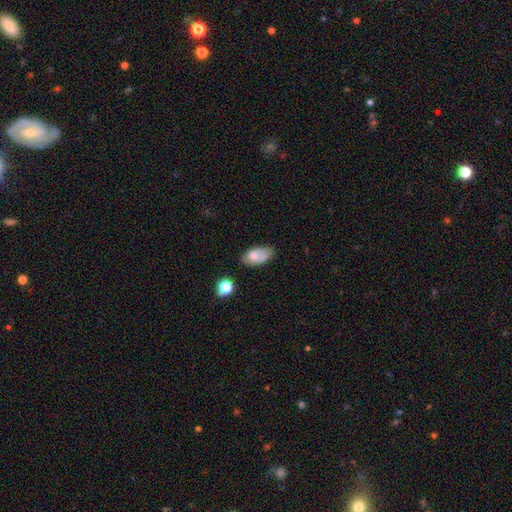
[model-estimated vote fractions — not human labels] Smooth or featured? smooth (74%)
How rounded? in between (92%)
Merging? none (57%)